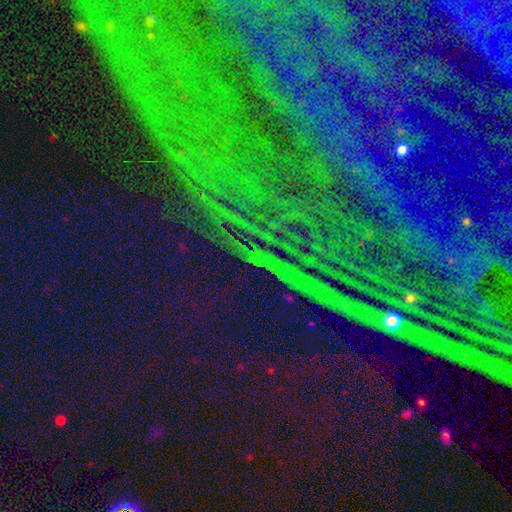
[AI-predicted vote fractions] Q: Smooth or featured?
A: star or artifact (88%); runner-up: featured or disk (6%)